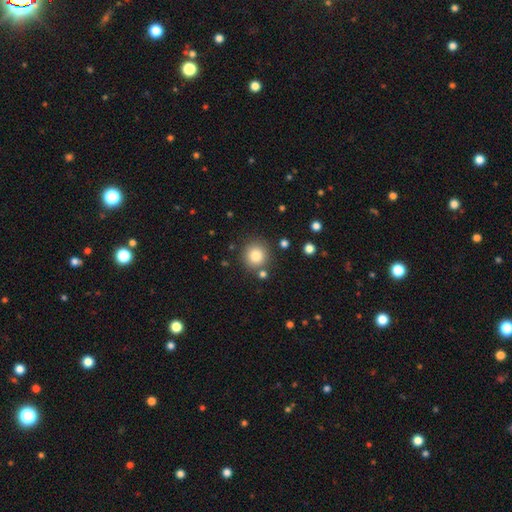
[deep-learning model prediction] The model was most divided on "smooth or featured": smooth: 81%, star or artifact: 11%, featured or disk: 8%. More confident: how rounded — round (93%); merging — none (84%).